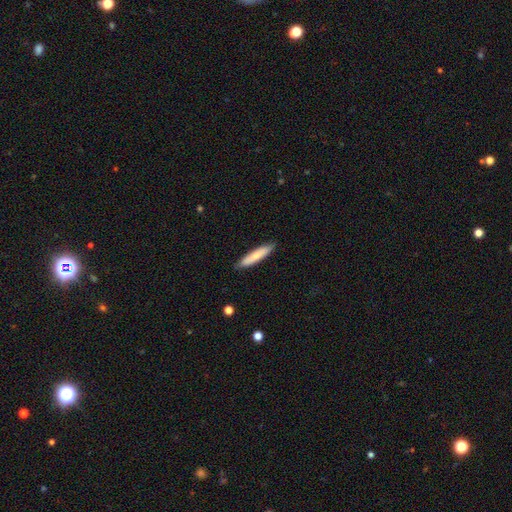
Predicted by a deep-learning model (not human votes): Morphology: type=smooth (78%); roundness=cigar-shaped (87%); merging=none (89%).